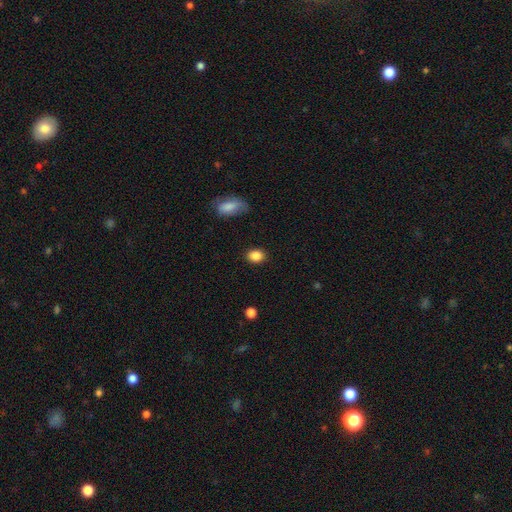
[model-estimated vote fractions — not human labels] The model was most divided on "how rounded": in between: 59%, round: 39%, cigar-shaped: 1%. More confident: smooth or featured — smooth (88%); merging — none (87%).